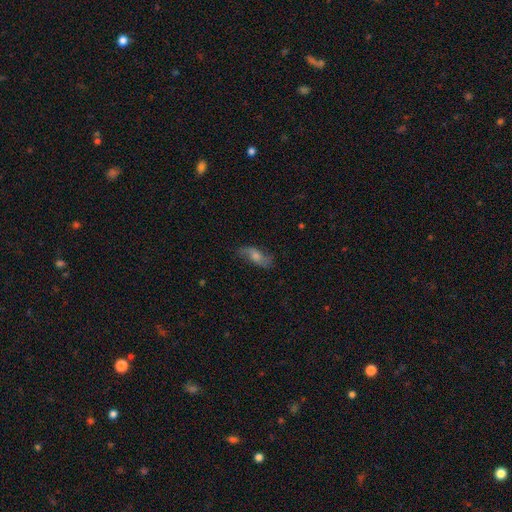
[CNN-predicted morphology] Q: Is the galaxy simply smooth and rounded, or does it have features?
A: featured or disk — 54%.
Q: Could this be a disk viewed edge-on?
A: no — 81%.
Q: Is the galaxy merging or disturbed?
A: none — 74%.